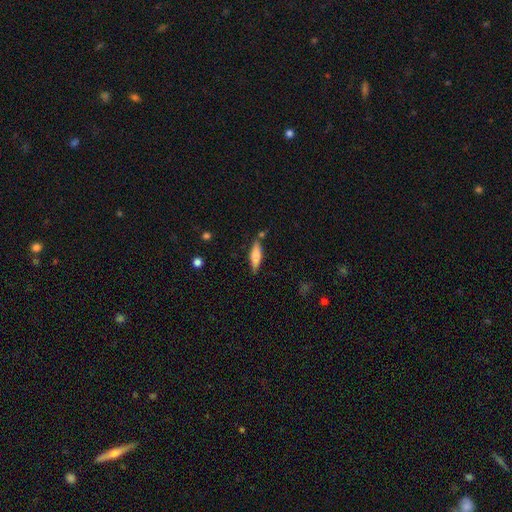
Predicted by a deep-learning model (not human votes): The model was most divided on "how rounded": cigar-shaped: 64%, in between: 34%, round: 2%. More confident: merging — none (79%); smooth or featured — smooth (64%).